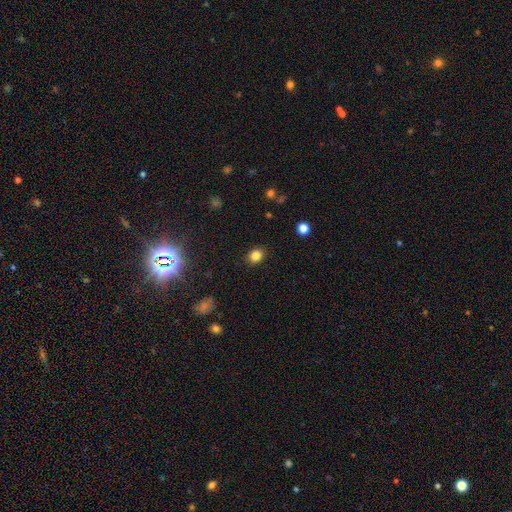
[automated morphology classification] type=smooth (83%); roundness=round (57%); merging=none (89%).